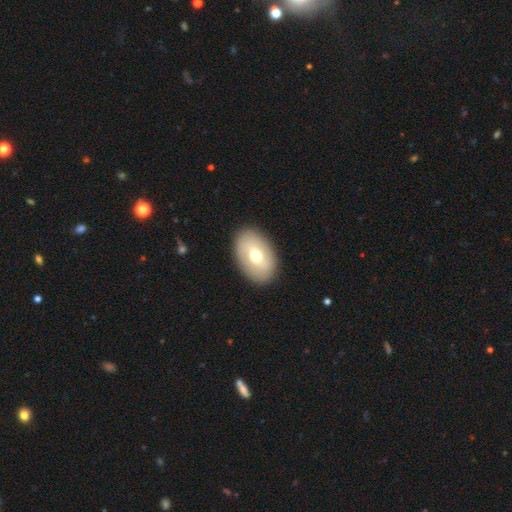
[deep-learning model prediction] A smooth galaxy with no disk features (62%) that is in between round and cigar-shaped (89%). Merging: none (88%).